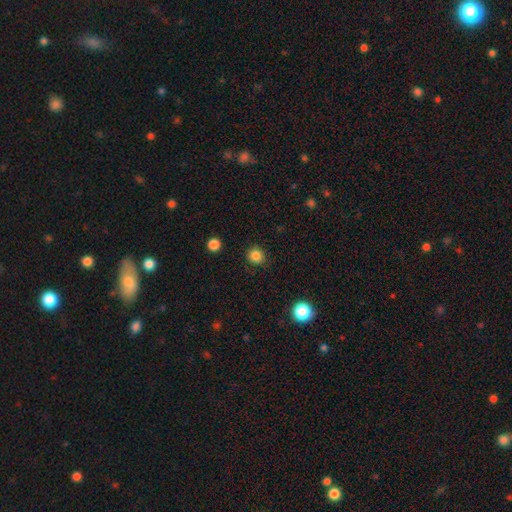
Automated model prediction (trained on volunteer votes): This appears to be a smooth galaxy with no disk features (84%) that is round (87%). Merging: none (89%).